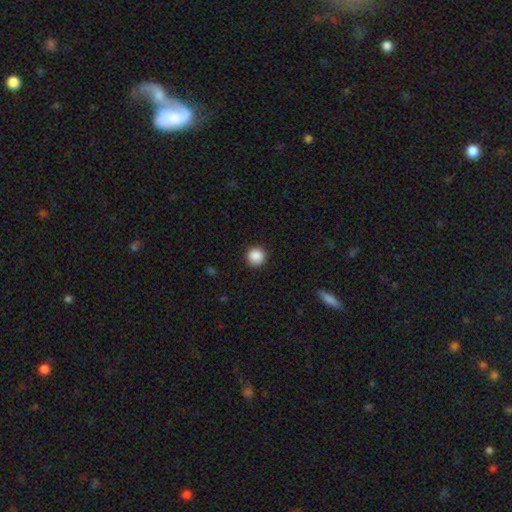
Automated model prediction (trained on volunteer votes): The model was most divided on "smooth or featured": smooth: 88%, star or artifact: 9%, featured or disk: 3%. More confident: how rounded — round (96%); merging — none (93%).